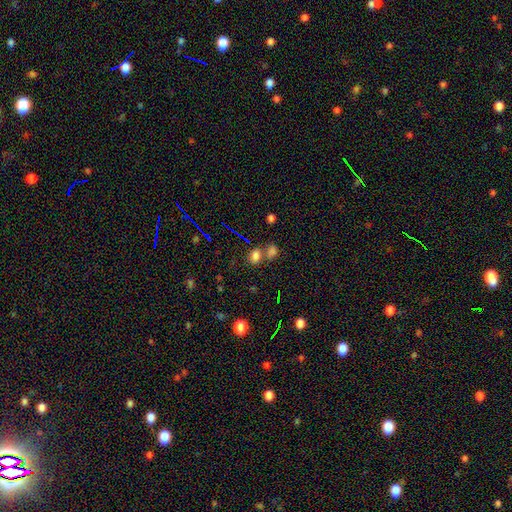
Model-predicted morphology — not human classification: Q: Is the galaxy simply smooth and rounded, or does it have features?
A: smooth — 73%.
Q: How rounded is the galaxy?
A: in between — 72%.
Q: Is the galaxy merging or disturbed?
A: none — 45%.